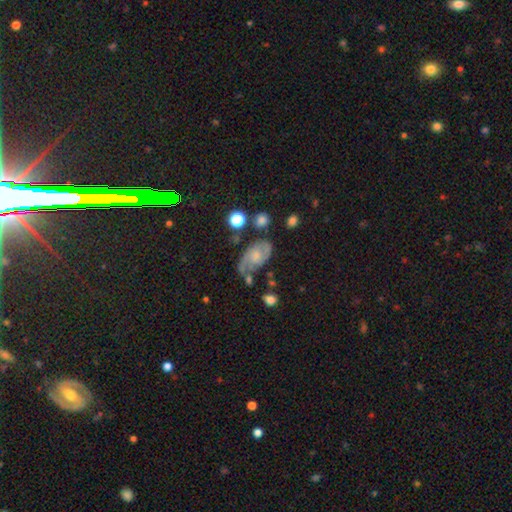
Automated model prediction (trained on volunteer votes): smooth_or_featured: featured or disk (p=0.69) [alt: smooth p=0.23]
disk_edge_on: no (p=0.96) [alt: yes p=0.04]
bar: no (p=0.69) [alt: weak p=0.27]
has_spiral_arms: yes (p=0.88) [alt: no p=0.12]
spiral_winding: medium (p=0.43) [alt: tight p=0.34]
spiral_arm_count: 2 (p=0.66) [alt: can't tell p=0.15]
bulge_size: small (p=0.51) [alt: moderate p=0.31]
merging: none (p=0.48) [alt: minor disturbance p=0.27]